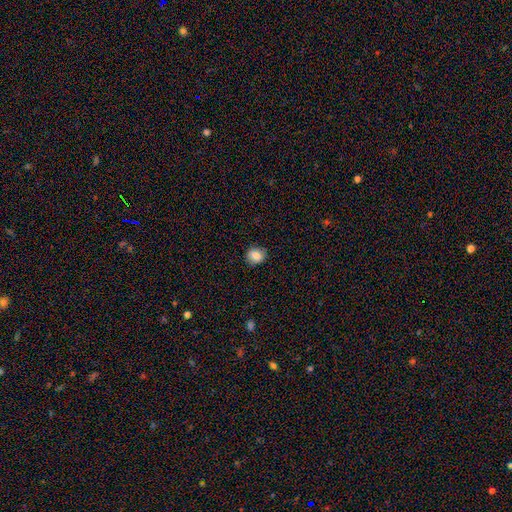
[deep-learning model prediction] Smooth or featured?
  - smooth: 84% *
  - star or artifact: 9%
  - featured or disk: 7%
How rounded?
  - round: 70% *
  - in between: 29%
  - cigar-shaped: 1%
Merging?
  - none: 85% *
  - minor disturbance: 11%
  - major disturbance: 3%
  - merger: 1%